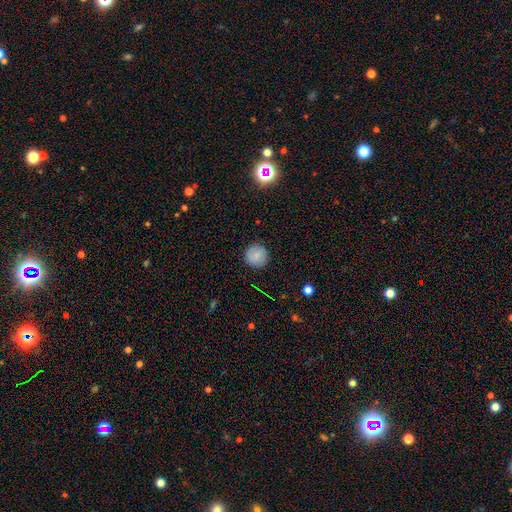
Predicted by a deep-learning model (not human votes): smooth-or-featured: smooth: 84% | star or artifact: 9% | featured or disk: 7%
  how-rounded: round: 95% | in between: 4% | cigar-shaped: 1%
  merging: none: 90% | minor disturbance: 7% | major disturbance: 2% | merger: 1%